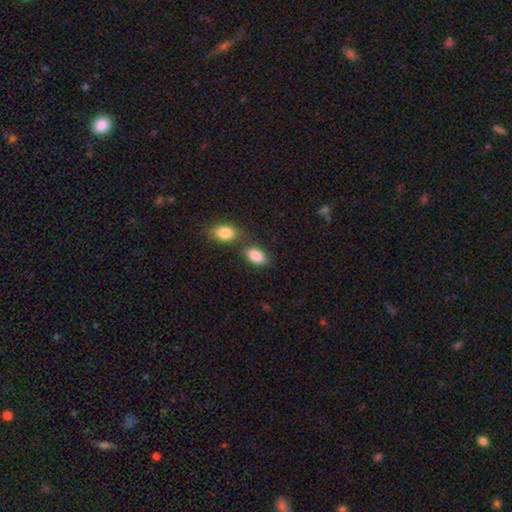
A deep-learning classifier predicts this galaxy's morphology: Q: Smooth or featured?
A: smooth (87%); runner-up: star or artifact (7%)
Q: How rounded?
A: in between (91%); runner-up: round (7%)
Q: Merging?
A: none (62%); runner-up: merger (22%)